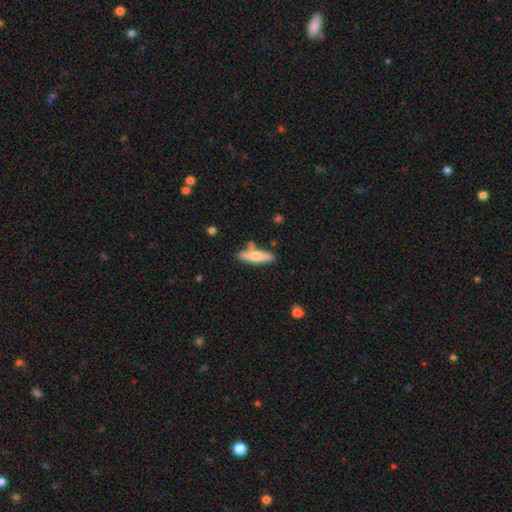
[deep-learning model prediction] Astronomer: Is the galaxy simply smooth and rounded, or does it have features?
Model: smooth — 67%.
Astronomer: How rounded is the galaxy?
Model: cigar-shaped — 69%.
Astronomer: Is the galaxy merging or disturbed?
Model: none — 69%.